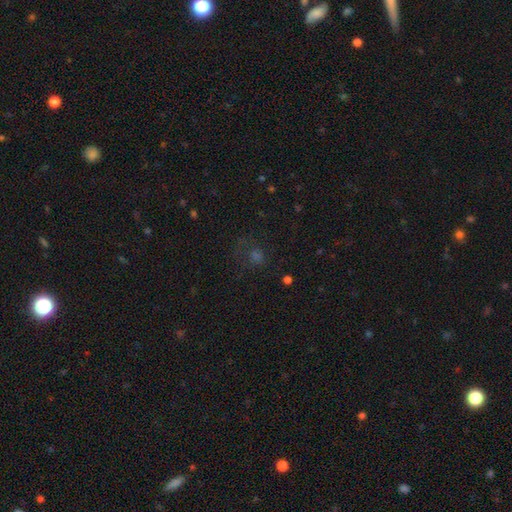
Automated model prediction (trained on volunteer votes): Overall: smooth (45%; star or artifact 41%). Merging: none (62%).